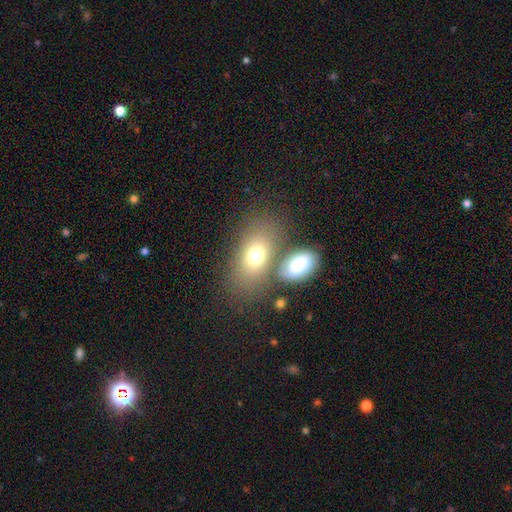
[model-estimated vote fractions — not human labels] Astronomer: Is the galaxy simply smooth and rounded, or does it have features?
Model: smooth — 72%.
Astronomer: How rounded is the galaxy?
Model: in between — 85%.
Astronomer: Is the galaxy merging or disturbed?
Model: none — 55%.